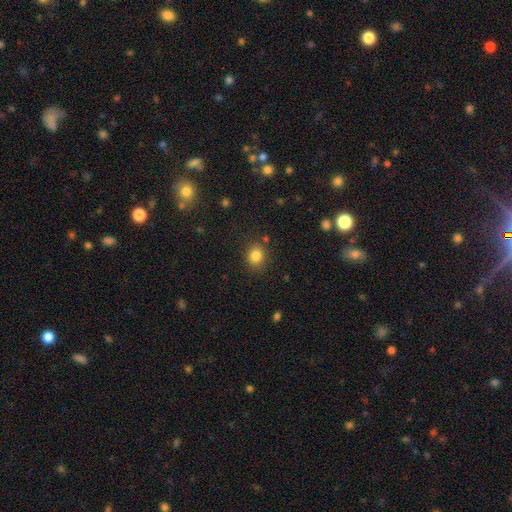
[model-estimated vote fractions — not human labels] A smooth galaxy with no disk features (83%) that is round (71%).

Vote fractions:
- Smooth or featured? smooth: 83% / star or artifact: 11% / featured or disk: 6%
- How rounded? round: 71% / in between: 28% / cigar-shaped: 1%
- Merging? none: 84% / minor disturbance: 10% / major disturbance: 3% / merger: 3%